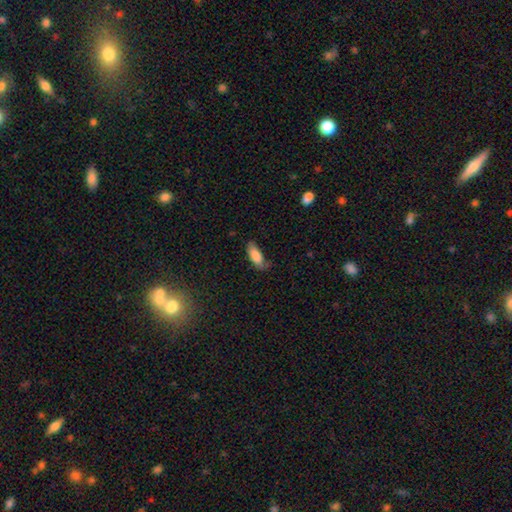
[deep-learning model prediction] smooth_or_featured: smooth (p=0.84) [alt: featured or disk p=0.10]
how_rounded: in between (p=0.74) [alt: cigar-shaped p=0.24]
merging: none (p=0.61) [alt: minor disturbance p=0.29]